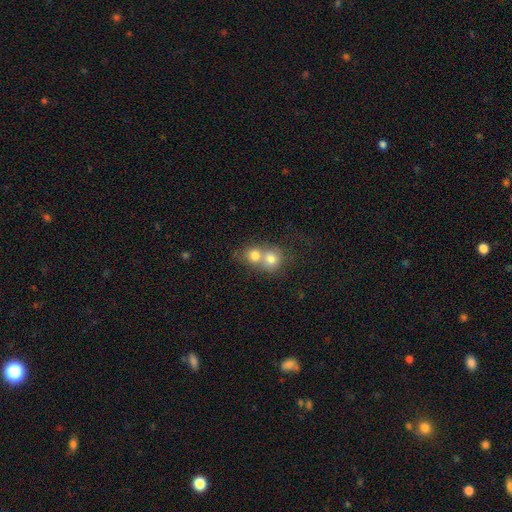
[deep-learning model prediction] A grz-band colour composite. It shows a smooth galaxy with no disk features (73%) that is round (77%). Merging: merger (69%).